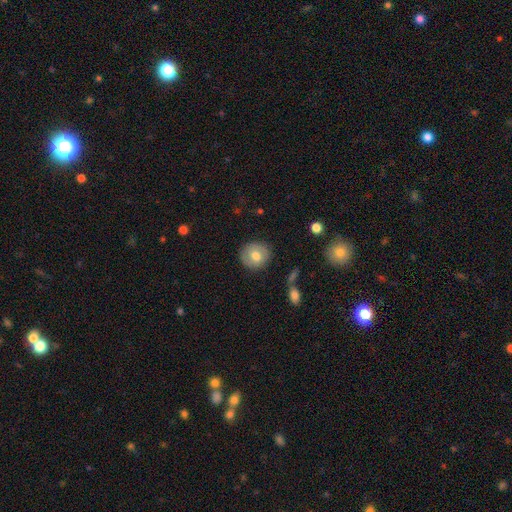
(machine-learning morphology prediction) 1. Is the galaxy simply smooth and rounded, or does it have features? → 66% smooth, 27% featured or disk, 7% star or artifact.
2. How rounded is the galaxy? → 86% round, 13% in between, 1% cigar-shaped.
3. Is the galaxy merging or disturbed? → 86% none, 10% minor disturbance, 3% major disturbance, 2% merger.